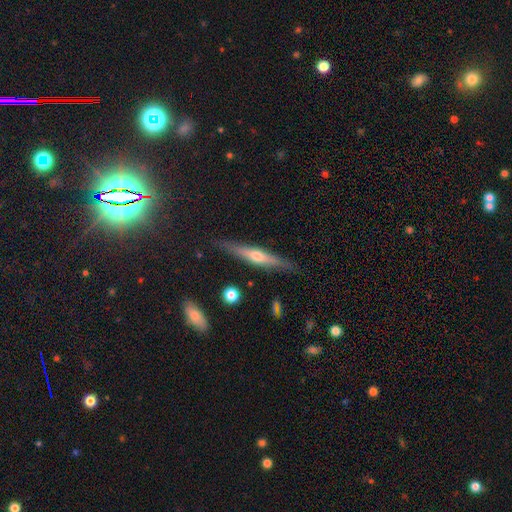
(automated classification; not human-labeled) smooth-or-featured: featured or disk: 67% | smooth: 25% | star or artifact: 8%
  disk-edge-on: yes: 96% | no: 4%
    edge-on-bulge: rounded: 84% | none: 11% | boxy: 6%
  merging: none: 87% | minor disturbance: 9% | major disturbance: 2% | merger: 2%